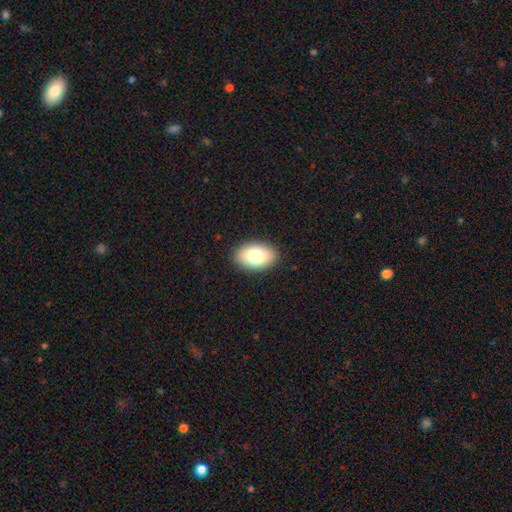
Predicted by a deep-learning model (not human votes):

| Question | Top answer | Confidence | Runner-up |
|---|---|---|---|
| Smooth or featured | smooth | 80% | featured or disk (13%) |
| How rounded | in between | 91% | round (8%) |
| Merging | none | 89% | minor disturbance (8%) |